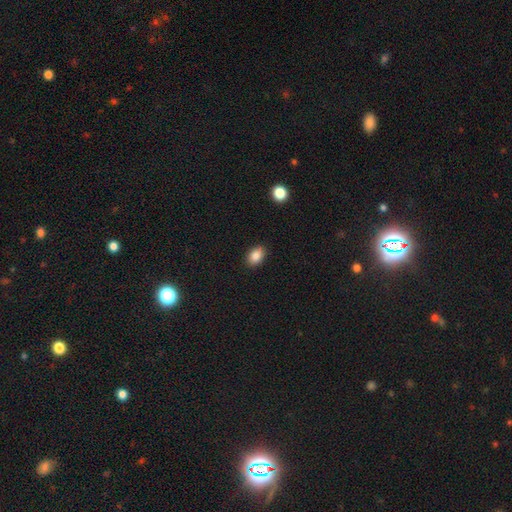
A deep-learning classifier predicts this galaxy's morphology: smooth-or-featured: smooth: 87% | star or artifact: 9% | featured or disk: 4%
  how-rounded: in between: 82% | round: 16% | cigar-shaped: 1%
  merging: none: 86% | minor disturbance: 10% | major disturbance: 2% | merger: 1%